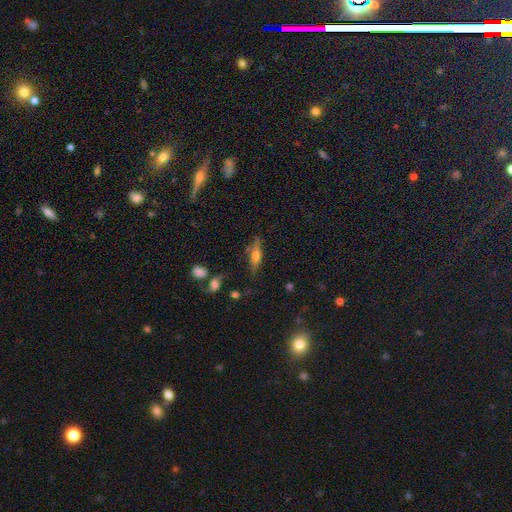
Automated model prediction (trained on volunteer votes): This appears to be a featured or disk galaxy (48%). Merging: none (77%).